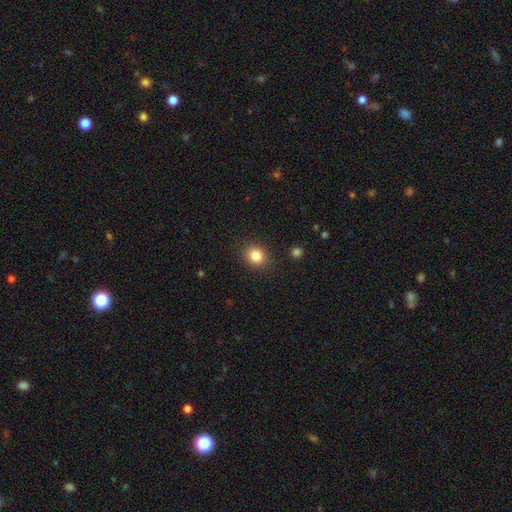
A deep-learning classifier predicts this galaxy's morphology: Q: Smooth or featured?
A: smooth (83%); runner-up: star or artifact (11%)
Q: How rounded?
A: round (73%); runner-up: in between (26%)
Q: Merging?
A: none (89%); runner-up: minor disturbance (7%)